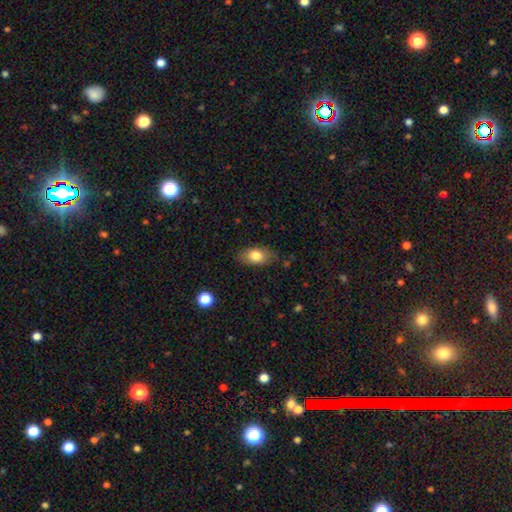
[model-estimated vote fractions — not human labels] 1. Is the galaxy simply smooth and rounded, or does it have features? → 80% smooth, 13% featured or disk, 8% star or artifact.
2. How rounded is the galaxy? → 87% in between, 10% round, 3% cigar-shaped.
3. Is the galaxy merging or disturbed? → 78% none, 16% minor disturbance, 4% major disturbance, 1% merger.